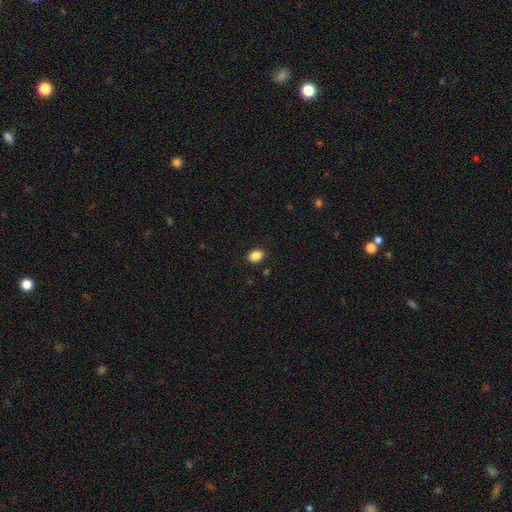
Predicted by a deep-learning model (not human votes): Smooth or featured? Predicted: smooth (p=0.87). How rounded? Predicted: in between (p=0.72). Merging? Predicted: none (p=0.89).